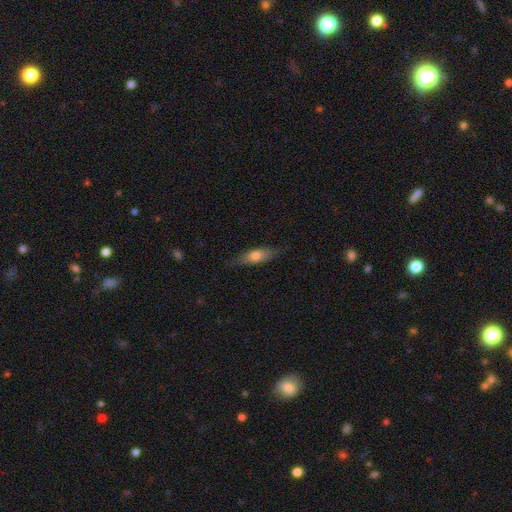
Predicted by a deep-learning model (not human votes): Smooth or featured? Predicted: smooth (p=0.65). How rounded? Predicted: in between (p=0.57). Merging? Predicted: none (p=0.76).